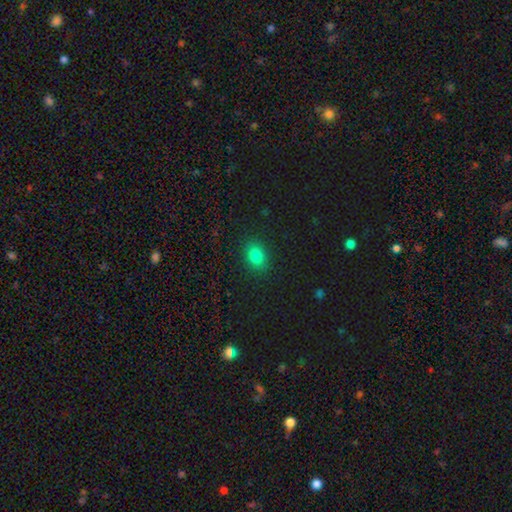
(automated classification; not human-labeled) smooth_or_featured: smooth (p=0.82) [alt: star or artifact p=0.14]
how_rounded: in between (p=0.67) [alt: round p=0.31]
merging: none (p=0.88) [alt: minor disturbance p=0.08]